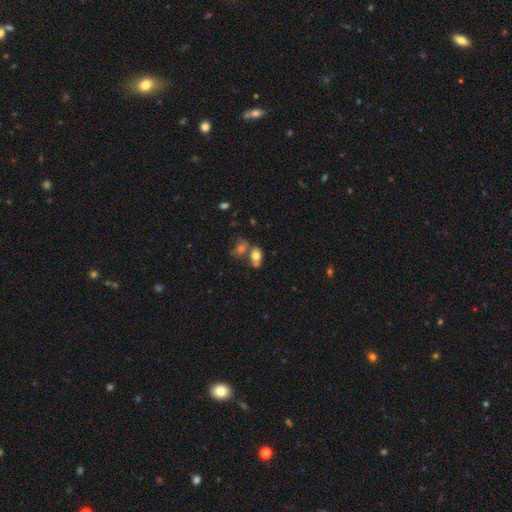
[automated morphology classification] smooth_or_featured: smooth (p=0.73) [alt: featured or disk p=0.17]
how_rounded: in between (p=0.81) [alt: round p=0.16]
merging: merger (p=0.46) [alt: none p=0.34]